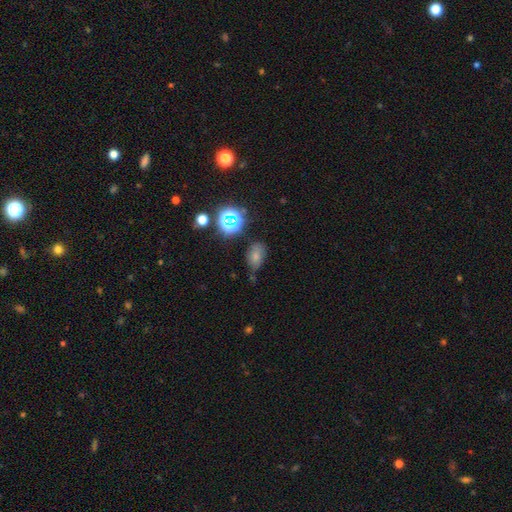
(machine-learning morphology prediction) A smooth galaxy with no disk features (66%) that is in between round and cigar-shaped (82%).

Vote fractions:
- Smooth or featured? smooth: 66% / star or artifact: 22% / featured or disk: 12%
- How rounded? in between: 82% / round: 17% / cigar-shaped: 2%
- Merging? none: 55% / minor disturbance: 30% / major disturbance: 9% / merger: 6%